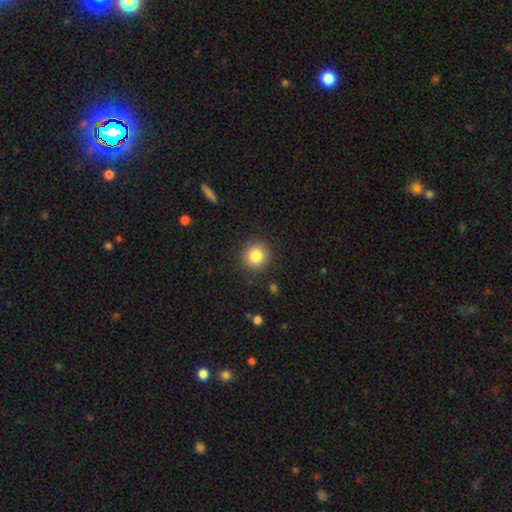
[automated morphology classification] Q: Smooth or featured?
A: smooth (84%); runner-up: star or artifact (10%)
Q: How rounded?
A: round (92%); runner-up: in between (8%)
Q: Merging?
A: none (90%); runner-up: minor disturbance (7%)